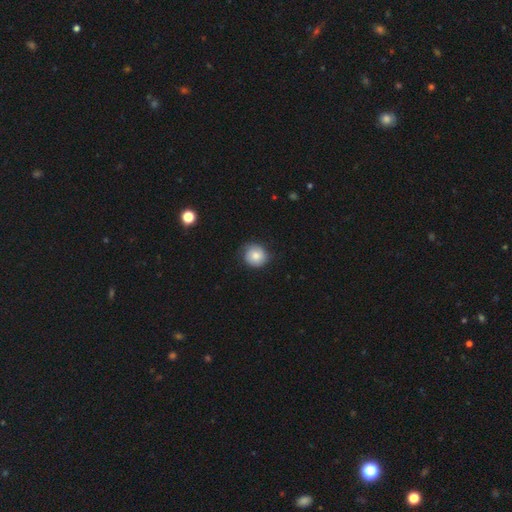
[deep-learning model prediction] Smooth or featured? Predicted: smooth (p=0.72). How rounded? Predicted: round (p=0.88). Merging? Predicted: none (p=0.74).